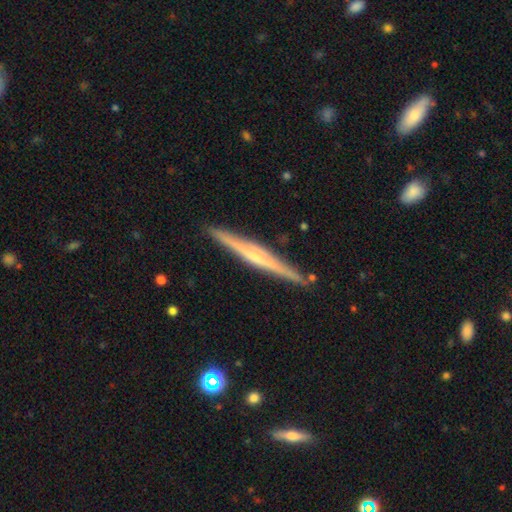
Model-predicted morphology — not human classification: This appears to be a featured or disk galaxy (72%) viewed edge-on (98%) with a rounded central bulge (55%). Merging: none (90%).